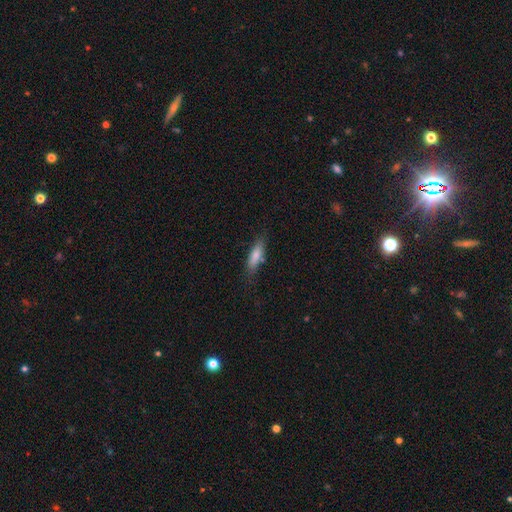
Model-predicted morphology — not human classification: Smooth or featured?
  - smooth: 77% *
  - featured or disk: 16%
  - star or artifact: 7%
How rounded?
  - cigar-shaped: 53% *
  - in between: 45%
  - round: 2%
Merging?
  - none: 74% *
  - minor disturbance: 18%
  - merger: 5%
  - major disturbance: 4%